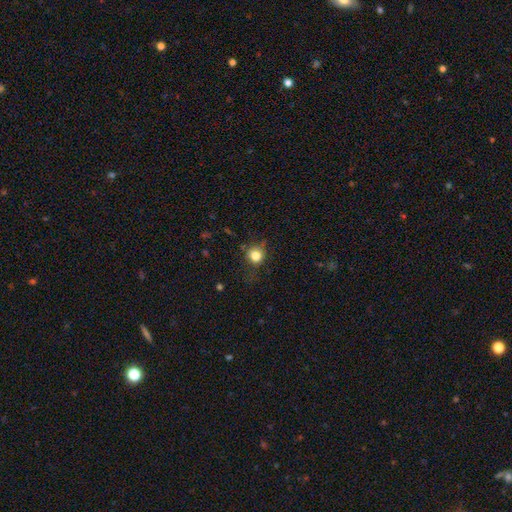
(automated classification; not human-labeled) Smooth or featured?
  - smooth: 80% *
  - star or artifact: 12%
  - featured or disk: 8%
How rounded?
  - round: 87% *
  - in between: 12%
  - cigar-shaped: 1%
Merging?
  - none: 71% *
  - minor disturbance: 20%
  - major disturbance: 7%
  - merger: 2%